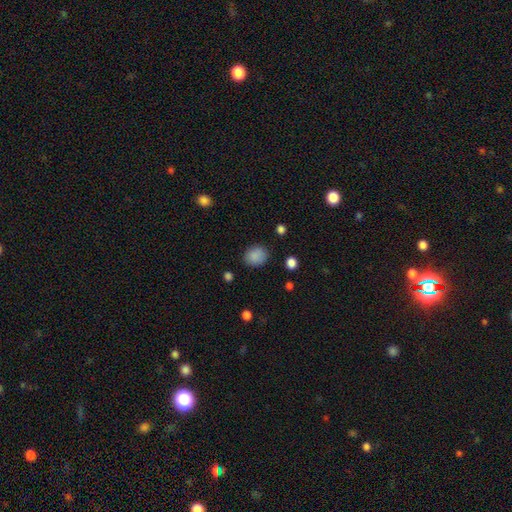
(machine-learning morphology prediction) The model was most divided on "how rounded": round: 64%, in between: 35%, cigar-shaped: 1%. More confident: smooth or featured — smooth (87%); merging — none (84%).